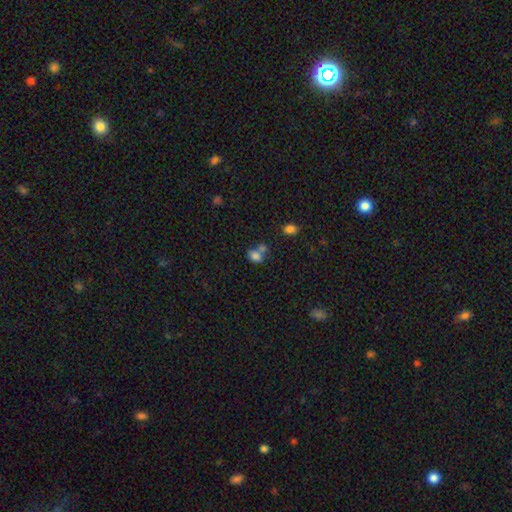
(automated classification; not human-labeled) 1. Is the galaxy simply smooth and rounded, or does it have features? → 78% smooth, 12% star or artifact, 9% featured or disk.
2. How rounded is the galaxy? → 69% in between, 29% round, 1% cigar-shaped.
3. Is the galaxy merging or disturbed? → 48% merger, 35% none, 11% minor disturbance, 6% major disturbance.